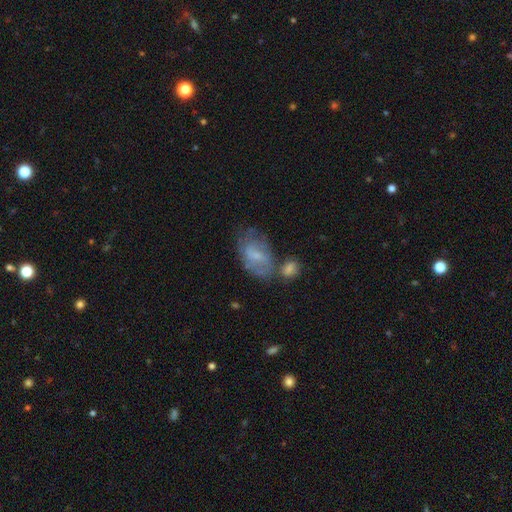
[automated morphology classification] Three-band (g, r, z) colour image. It shows a featured or disk galaxy (49%). Merging: none (42%).